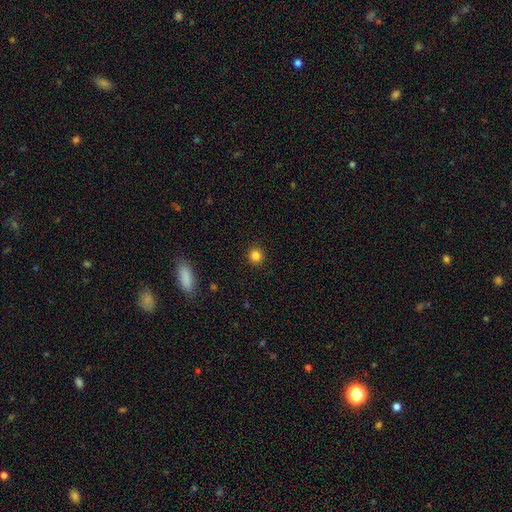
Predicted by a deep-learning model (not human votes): A smooth galaxy with no disk features (84%) that is round (92%).

Vote fractions:
- Smooth or featured? smooth: 84% / star or artifact: 12% / featured or disk: 4%
- How rounded? round: 92% / in between: 7% / cigar-shaped: 1%
- Merging? none: 91% / minor disturbance: 6% / major disturbance: 2% / merger: 1%